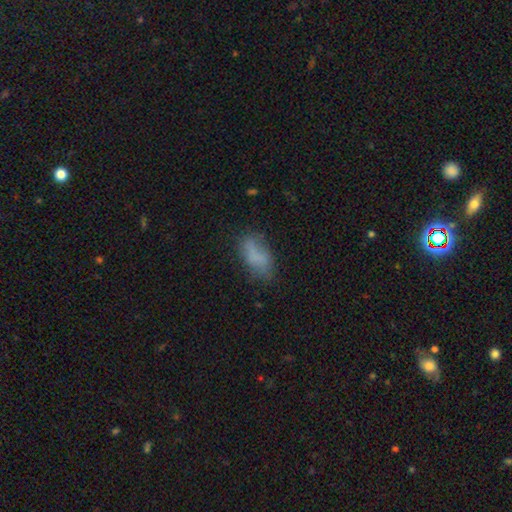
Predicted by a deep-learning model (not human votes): smooth_or_featured: smooth (p=0.72) [alt: featured or disk p=0.18]
how_rounded: in between (p=0.88) [alt: cigar-shaped p=0.07]
merging: none (p=0.55) [alt: minor disturbance p=0.28]